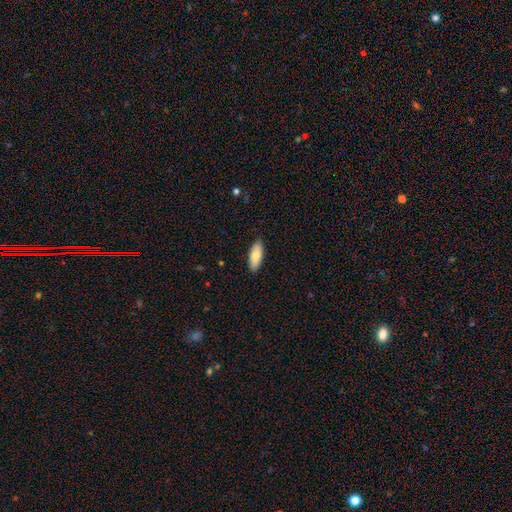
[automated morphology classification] This is likely a smooth galaxy (80%). How rounded: likely in between (78%). Merging: clearly none (89%).